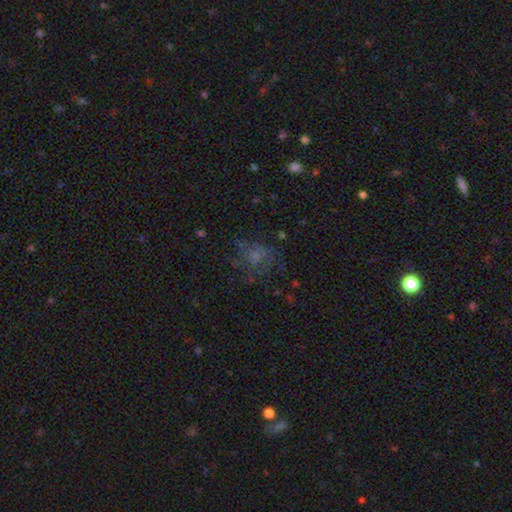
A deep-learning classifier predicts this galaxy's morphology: The model was most divided on "smooth or featured": smooth: 45%, featured or disk: 33%, star or artifact: 22%. More confident: merging — none (58%).